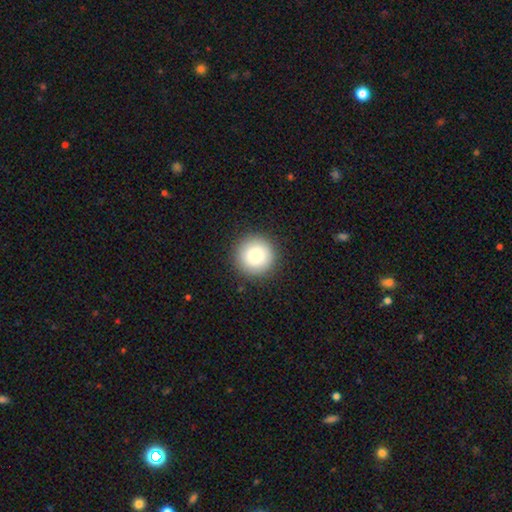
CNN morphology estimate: A smooth galaxy with no disk features (83%) that is round (96%).

Vote fractions:
- Smooth or featured? smooth: 83% / star or artifact: 9% / featured or disk: 8%
- How rounded? round: 96% / in between: 3% / cigar-shaped: 1%
- Merging? none: 91% / minor disturbance: 6% / major disturbance: 2% / merger: 1%